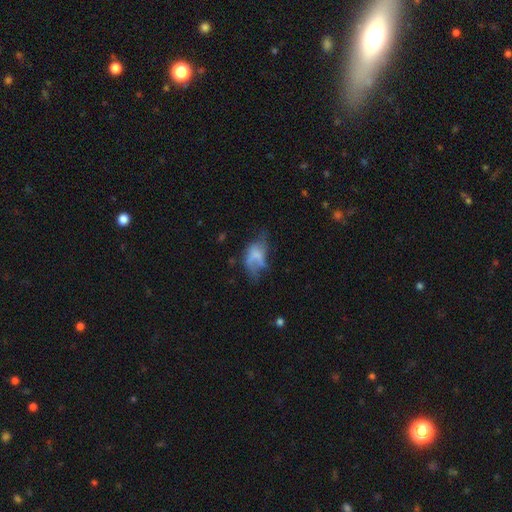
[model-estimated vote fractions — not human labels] Smooth or featured: smooth — 46% (featured or disk — 42%)
Merging: major disturbance — 42% (none — 26%)